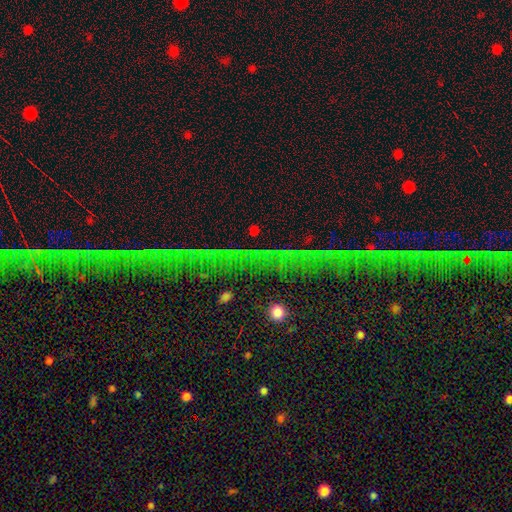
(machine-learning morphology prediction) Smooth or featured?
  - star or artifact: 74% *
  - smooth: 13%
  - featured or disk: 13%